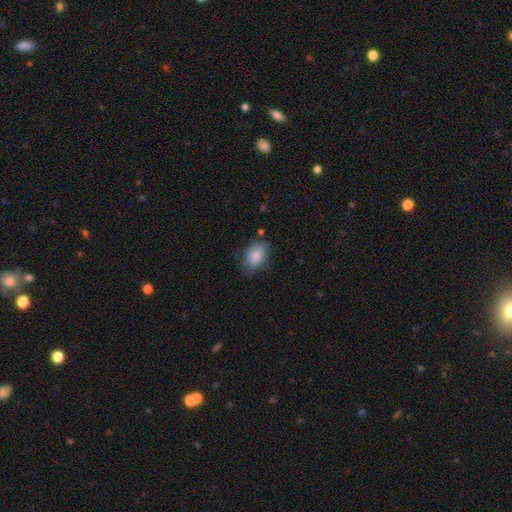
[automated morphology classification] Overall: smooth (84%). How rounded: in between (81%). Merging: none (65%; minor disturbance 26%).